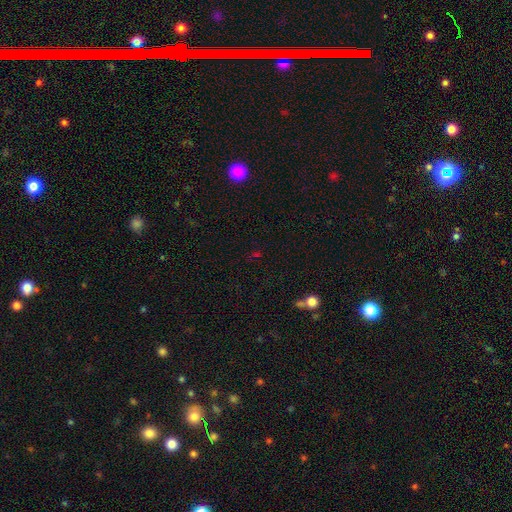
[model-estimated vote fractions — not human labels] Smooth or featured?
  - star or artifact: 60% *
  - smooth: 31%
  - featured or disk: 9%